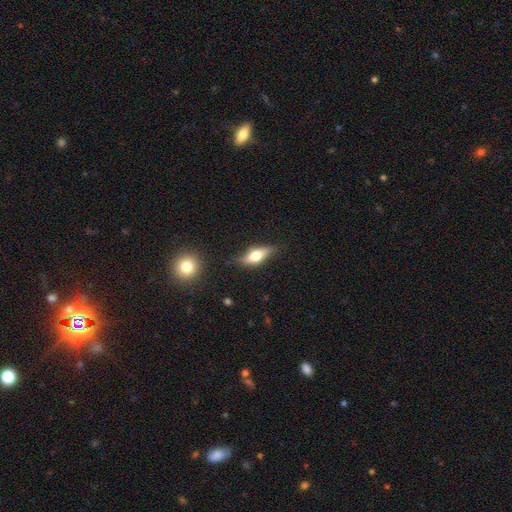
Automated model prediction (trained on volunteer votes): A smooth galaxy with no disk features (56%) that is in between round and cigar-shaped (67%).

Vote fractions:
- Smooth or featured? smooth: 56% / featured or disk: 37% / star or artifact: 7%
- How rounded? in between: 67% / cigar-shaped: 28% / round: 5%
- Merging? none: 75% / minor disturbance: 18% / major disturbance: 4% / merger: 2%